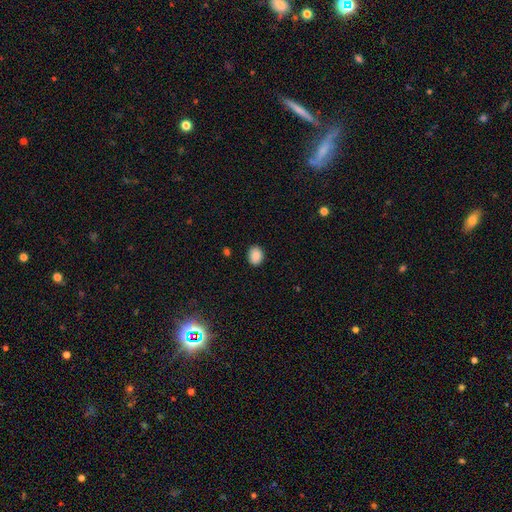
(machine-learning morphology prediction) Smooth or featured?
  - smooth: 88% *
  - star or artifact: 9%
  - featured or disk: 3%
How rounded?
  - in between: 53% *
  - round: 46%
  - cigar-shaped: 1%
Merging?
  - none: 87% *
  - minor disturbance: 10%
  - major disturbance: 2%
  - merger: 1%